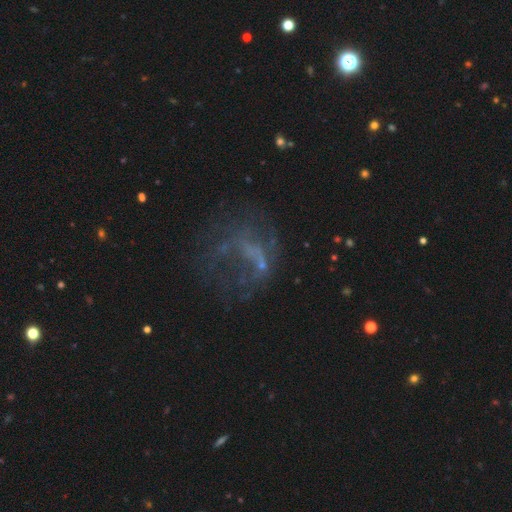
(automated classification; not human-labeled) Smooth or featured?
  - featured or disk: 51% *
  - star or artifact: 27%
  - smooth: 22%
Edge-on disk?
  - no: 96% *
  - yes: 4%
Merging?
  - none: 40% *
  - major disturbance: 39%
  - minor disturbance: 14%
  - merger: 6%